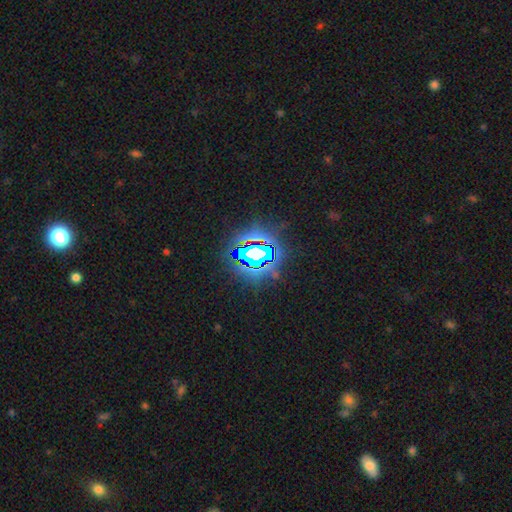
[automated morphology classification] Smooth or featured?
  - star or artifact: 75% *
  - smooth: 13%
  - featured or disk: 12%